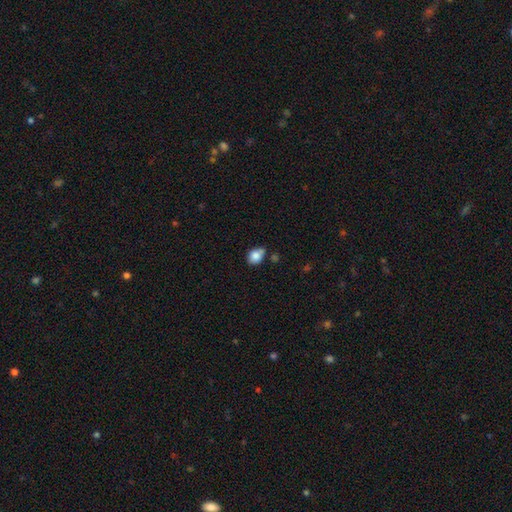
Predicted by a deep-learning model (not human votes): smooth_or_featured: smooth (p=0.83) [alt: star or artifact p=0.09]
how_rounded: in between (p=0.50) [alt: round p=0.49]
merging: none (p=0.54) [alt: minor disturbance p=0.24]